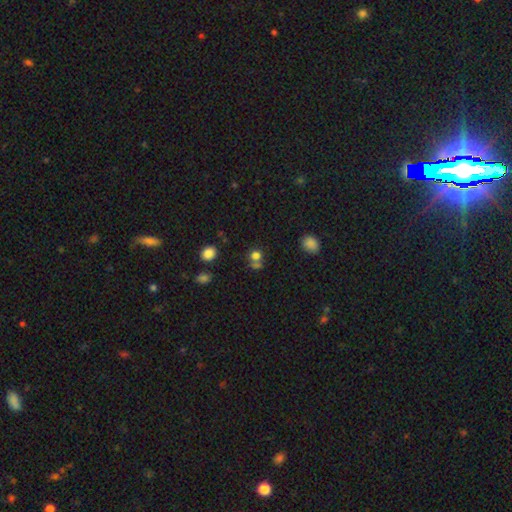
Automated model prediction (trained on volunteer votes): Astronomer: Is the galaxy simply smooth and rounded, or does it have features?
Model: smooth — 75%.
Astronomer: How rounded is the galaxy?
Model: round — 83%.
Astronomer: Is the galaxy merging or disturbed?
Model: none — 50% (runner-up: merger, 36%).